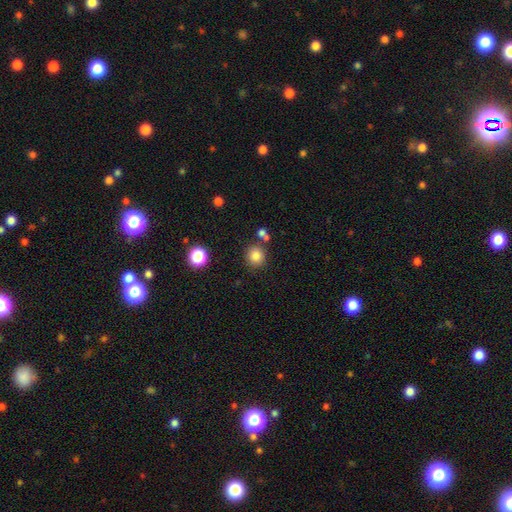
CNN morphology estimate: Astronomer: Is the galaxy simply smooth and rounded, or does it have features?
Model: smooth — 82%.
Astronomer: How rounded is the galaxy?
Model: round — 89%.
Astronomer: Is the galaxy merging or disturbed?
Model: none — 78%.